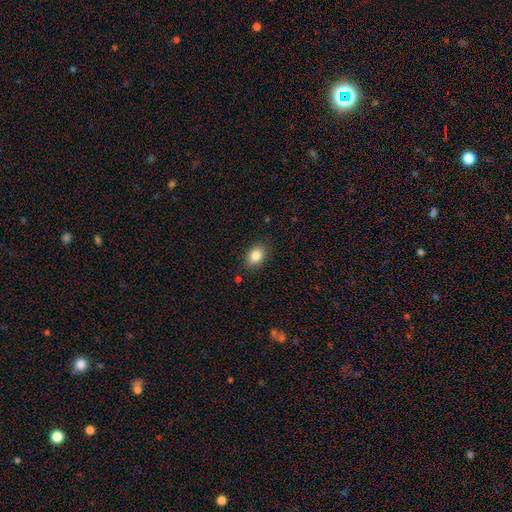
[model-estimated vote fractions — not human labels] Smooth or featured? Predicted: smooth (p=0.84). How rounded? Predicted: in between (p=0.76). Merging? Predicted: none (p=0.85).